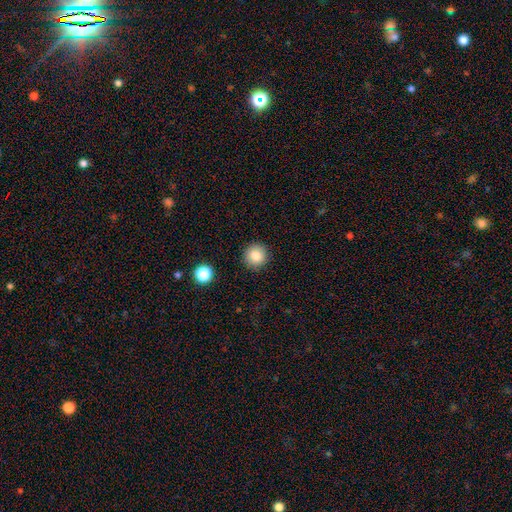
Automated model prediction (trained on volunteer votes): This is clearly a smooth galaxy (82%). How rounded: clearly round (95%). Merging: clearly none (91%).